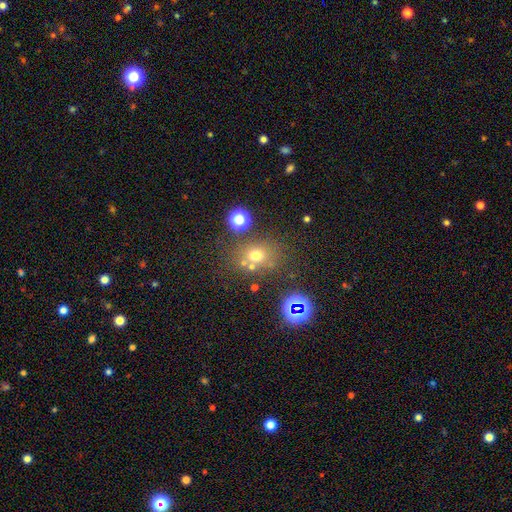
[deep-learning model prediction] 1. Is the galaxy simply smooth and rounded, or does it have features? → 64% smooth, 24% star or artifact, 12% featured or disk.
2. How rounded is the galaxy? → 69% round, 30% in between, 1% cigar-shaped.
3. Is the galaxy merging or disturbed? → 67% none, 14% merger, 13% minor disturbance, 6% major disturbance.